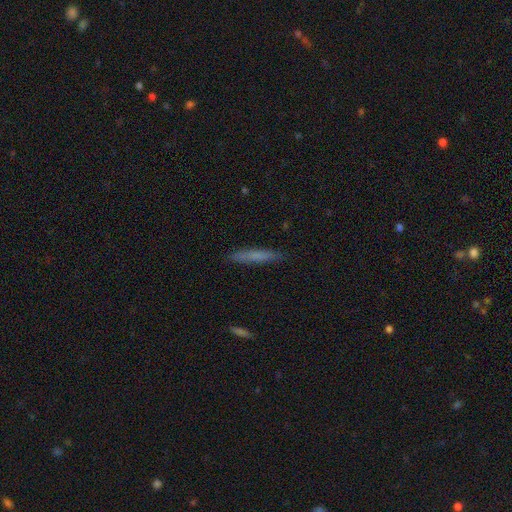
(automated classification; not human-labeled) This is likely a smooth galaxy (67%). How rounded: clearly cigar-shaped (94%). Merging: clearly none (89%).